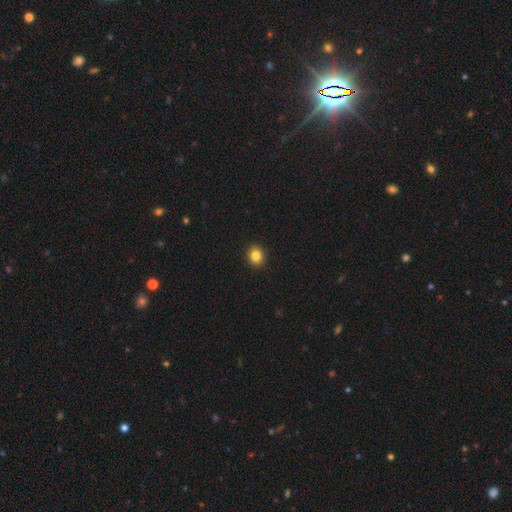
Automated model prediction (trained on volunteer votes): Smooth or featured? smooth (84%)
How rounded? round (76%)
Merging? none (93%)